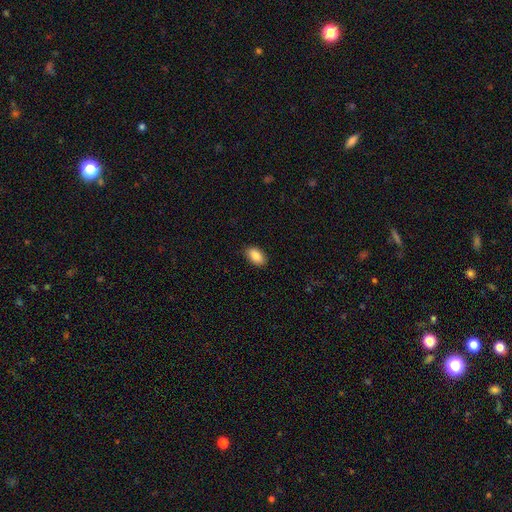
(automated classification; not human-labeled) smooth 87%, star or artifact 7%, featured or disk 6%. Down the decision tree: how rounded — in between (93%); merging — none (89%).